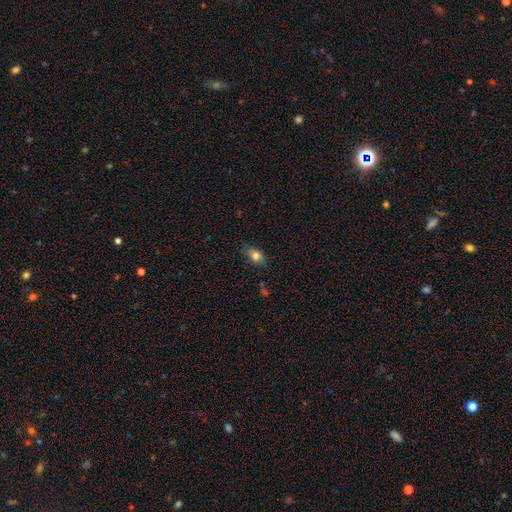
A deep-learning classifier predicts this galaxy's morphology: Smooth or featured?
  - smooth: 77% *
  - featured or disk: 14%
  - star or artifact: 9%
How rounded?
  - in between: 81% *
  - round: 12%
  - cigar-shaped: 7%
Merging?
  - none: 78% *
  - minor disturbance: 17%
  - major disturbance: 3%
  - merger: 1%